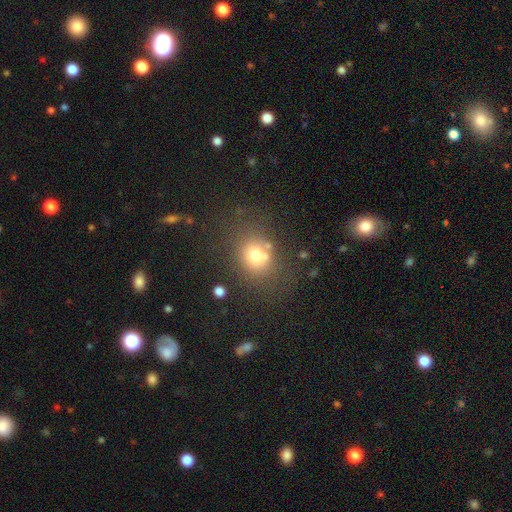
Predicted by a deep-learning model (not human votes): A smooth galaxy with no disk features (70%) that is round (69%).

Vote fractions:
- Smooth or featured? smooth: 70% / star or artifact: 16% / featured or disk: 15%
- How rounded? round: 69% / in between: 30% / cigar-shaped: 1%
- Merging? none: 63% / merger: 16% / minor disturbance: 14% / major disturbance: 7%